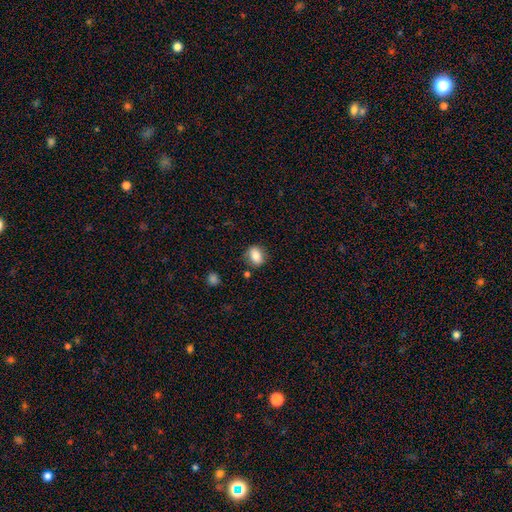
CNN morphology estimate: smooth 81%, featured or disk 10%, star or artifact 9%. Down the decision tree: how rounded — in between (63%); merging — none (80%).